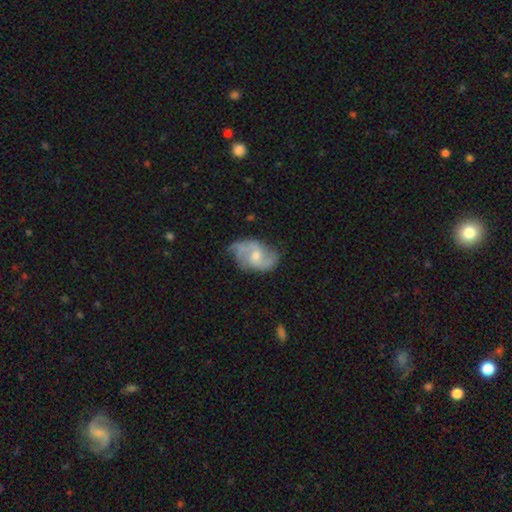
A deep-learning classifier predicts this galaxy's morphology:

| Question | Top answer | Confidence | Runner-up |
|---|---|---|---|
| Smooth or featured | featured or disk | 78% | smooth (16%) |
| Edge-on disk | no | 97% | yes (3%) |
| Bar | no | 50% | weak (42%) |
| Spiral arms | yes | 93% | no (7%) |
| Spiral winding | medium | 44% | loose (38%) |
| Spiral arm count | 2 | 73% | can't tell (10%) |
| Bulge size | moderate | 53% | small (42%) |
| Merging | none | 63% | minor disturbance (26%) |